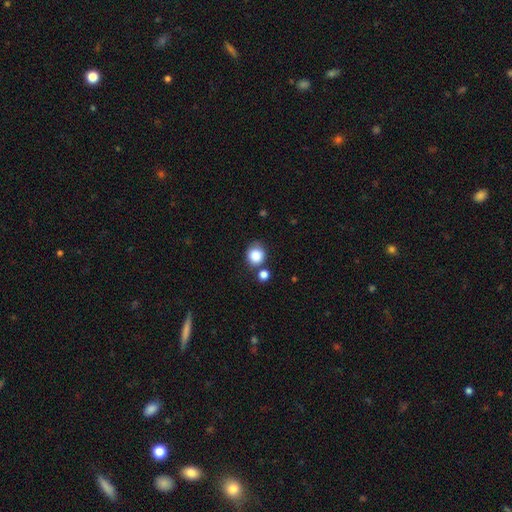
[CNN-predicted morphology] Q: Smooth or featured?
A: smooth (85%); runner-up: star or artifact (9%)
Q: How rounded?
A: round (81%); runner-up: in between (18%)
Q: Merging?
A: none (64%); runner-up: merger (16%)